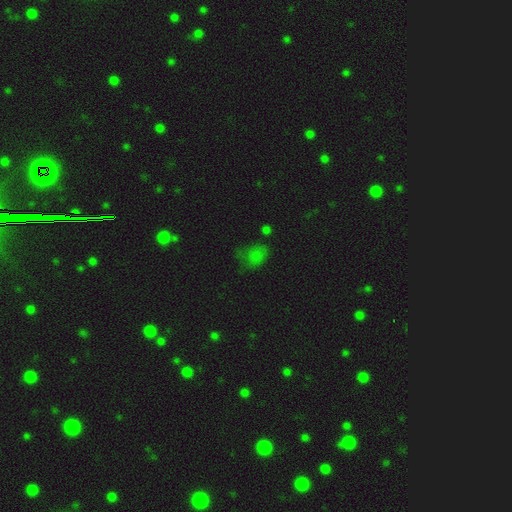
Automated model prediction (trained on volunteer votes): A smooth galaxy with no disk features (65%) that is in between round and cigar-shaped (60%).

Vote fractions:
- Smooth or featured? smooth: 65% / star or artifact: 25% / featured or disk: 10%
- How rounded? in between: 60% / round: 39% / cigar-shaped: 2%
- Merging? none: 47% / minor disturbance: 30% / major disturbance: 19% / merger: 4%